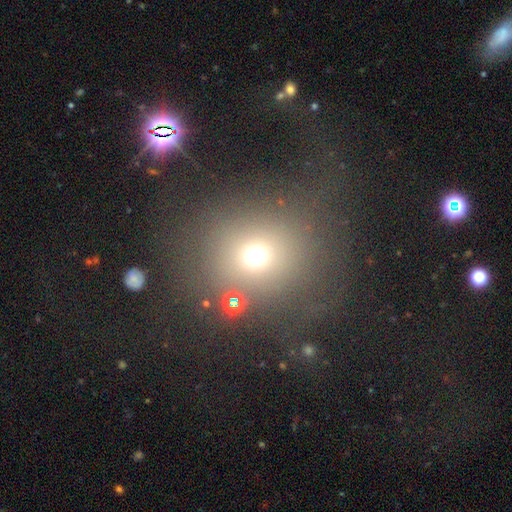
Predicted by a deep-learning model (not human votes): A smooth galaxy with no disk features (67%) that is round (80%). Merging: none (72%).